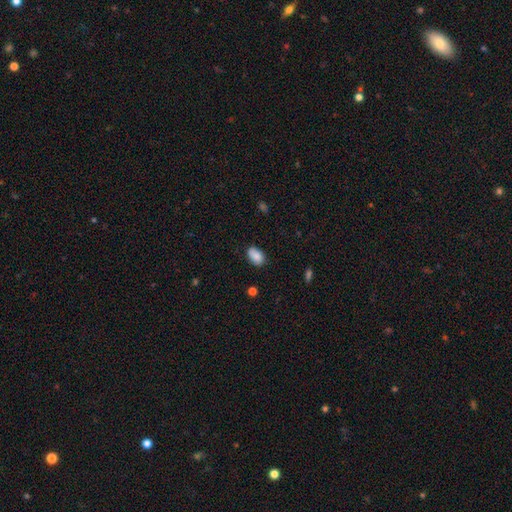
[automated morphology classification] This is clearly a smooth galaxy (83%). How rounded: clearly in between (89%). Merging: likely none (75%).